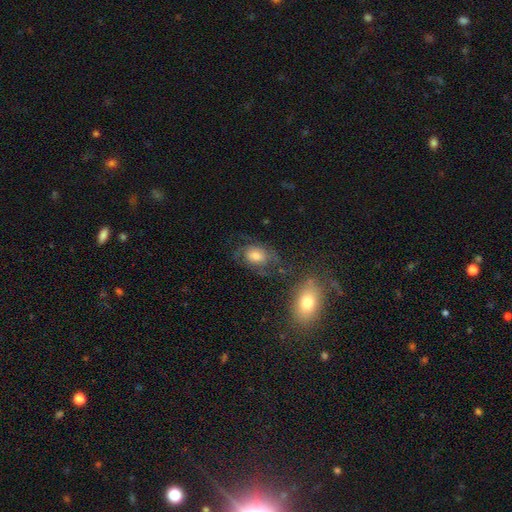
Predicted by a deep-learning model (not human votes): Smooth or featured?
  - featured or disk: 50% *
  - smooth: 39%
  - star or artifact: 11%
Merging?
  - none: 53% *
  - minor disturbance: 23%
  - major disturbance: 19%
  - merger: 6%